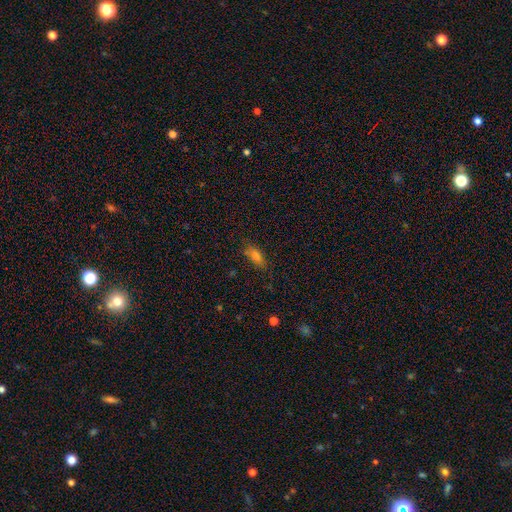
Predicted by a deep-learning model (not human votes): Smooth or featured?
  - smooth: 67% *
  - star or artifact: 17%
  - featured or disk: 16%
How rounded?
  - in between: 72% *
  - cigar-shaped: 22%
  - round: 6%
Merging?
  - none: 77% *
  - minor disturbance: 16%
  - major disturbance: 4%
  - merger: 3%